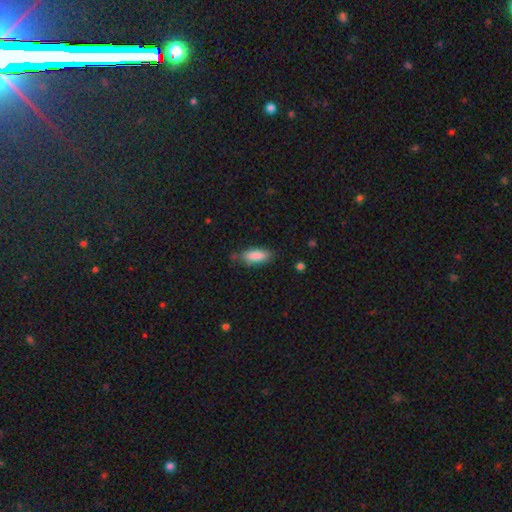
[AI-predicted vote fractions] smooth_or_featured: smooth (p=0.87) [alt: star or artifact p=0.07]
how_rounded: in between (p=0.77) [alt: cigar-shaped p=0.21]
merging: none (p=0.76) [alt: minor disturbance p=0.18]